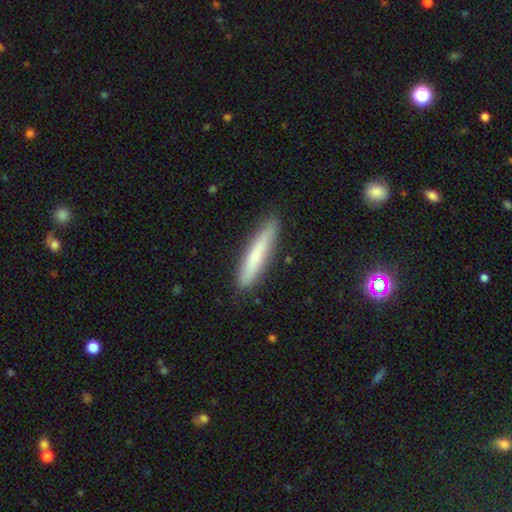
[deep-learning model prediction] Smooth or featured?
  - smooth: 69% *
  - featured or disk: 25%
  - star or artifact: 6%
How rounded?
  - cigar-shaped: 91% *
  - in between: 7%
  - round: 1%
Merging?
  - none: 87% *
  - minor disturbance: 10%
  - major disturbance: 2%
  - merger: 1%